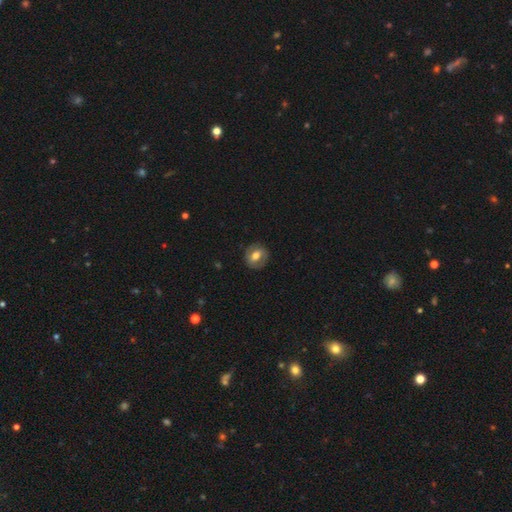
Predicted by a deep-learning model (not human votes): The model was most divided on "smooth or featured": smooth: 50%, featured or disk: 43%, star or artifact: 8%. More confident: merging — none (85%).